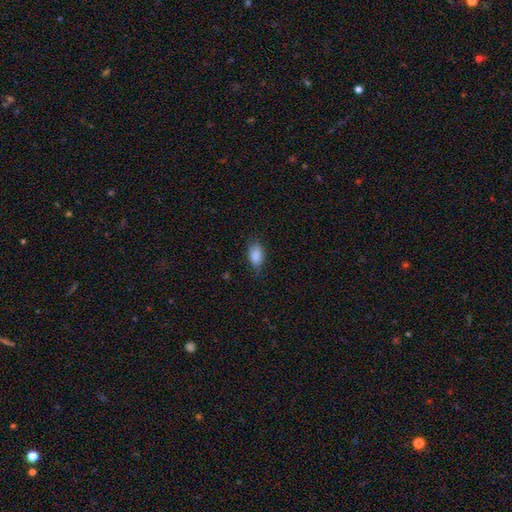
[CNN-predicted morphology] The model was most divided on "merging": none: 70%, minor disturbance: 24%, major disturbance: 5%, merger: 1%. More confident: how rounded — in between (89%); smooth or featured — smooth (87%).